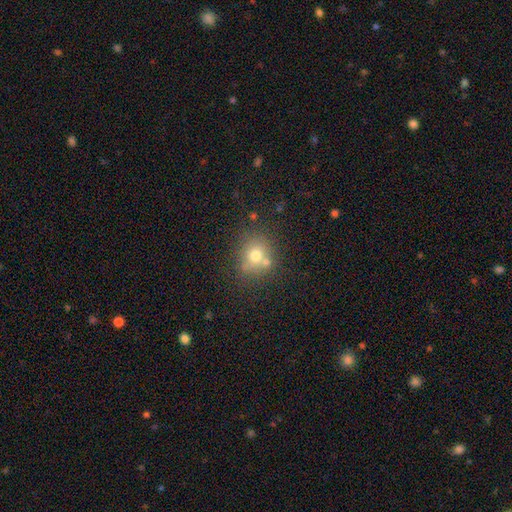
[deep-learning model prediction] The model was most divided on "merging": none: 59%, merger: 23%, minor disturbance: 13%, major disturbance: 5%. More confident: how rounded — round (76%); smooth or featured — smooth (69%).